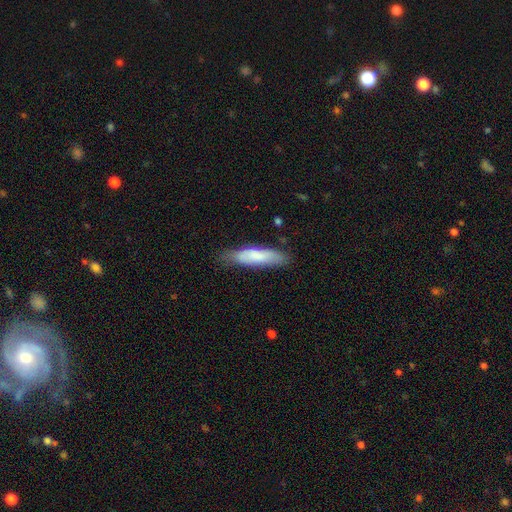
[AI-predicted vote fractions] Overall: smooth (74%). How rounded: cigar-shaped (68%; in between 31%). Merging: none (68%).